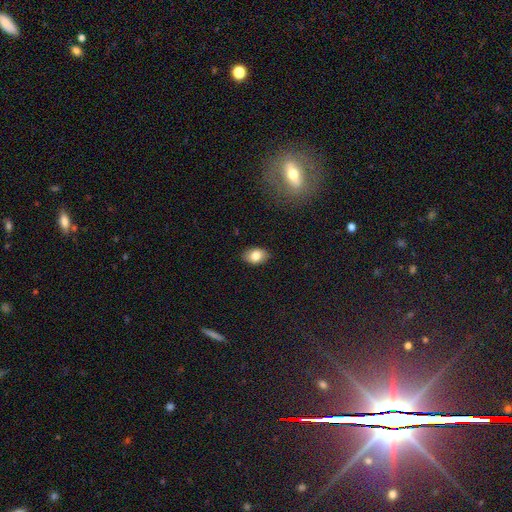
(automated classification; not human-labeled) smooth 83%, featured or disk 9%, star or artifact 8%. Down the decision tree: how rounded — in between (85%); merging — none (87%).